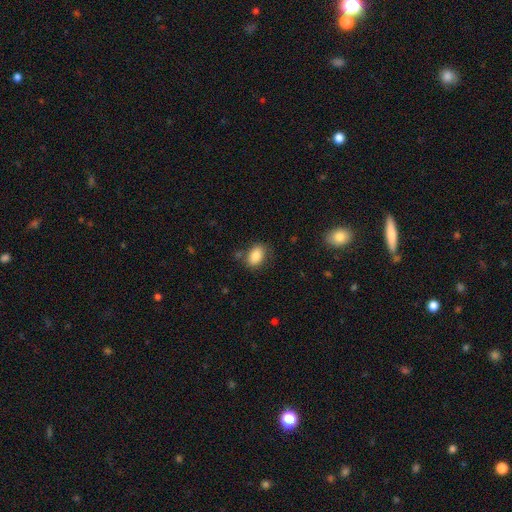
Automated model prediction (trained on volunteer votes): Morphology: type=smooth (85%); roundness=in between (82%); merging=none (78%).